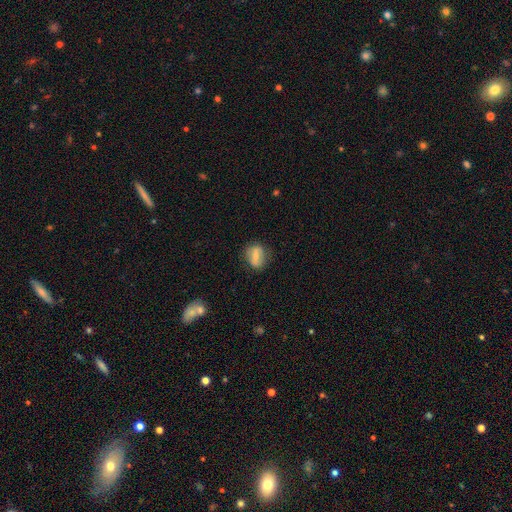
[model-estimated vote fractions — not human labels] Smooth or featured? smooth (53%)
How rounded? round (50%)
Merging? none (78%)